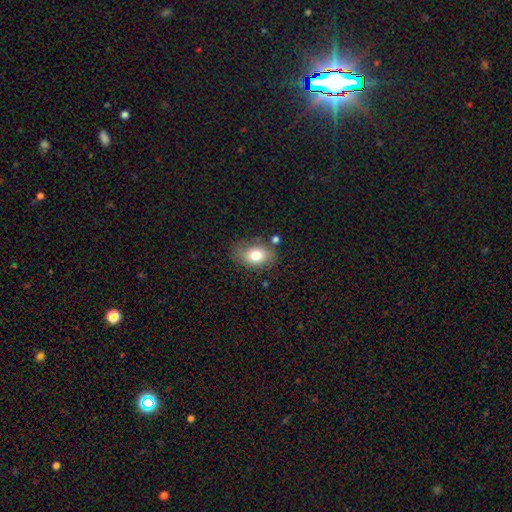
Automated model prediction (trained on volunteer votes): A smooth galaxy with no disk features (76%) that is in between round and cigar-shaped (81%).

Vote fractions:
- Smooth or featured? smooth: 76% / featured or disk: 15% / star or artifact: 9%
- How rounded? in between: 81% / round: 18% / cigar-shaped: 1%
- Merging? none: 71% / minor disturbance: 18% / merger: 6% / major disturbance: 5%